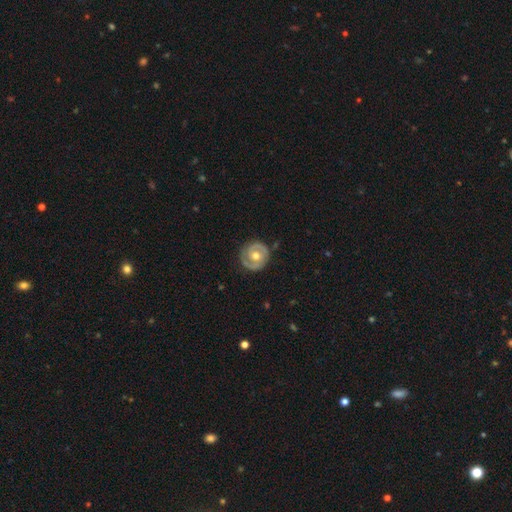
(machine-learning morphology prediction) smooth_or_featured: featured or disk (p=0.75) [alt: smooth p=0.20]
disk_edge_on: no (p=0.97) [alt: yes p=0.03]
bar: no (p=0.69) [alt: weak p=0.26]
has_spiral_arms: yes (p=0.82) [alt: no p=0.18]
spiral_winding: tight (p=0.62) [alt: medium p=0.29]
spiral_arm_count: 2 (p=0.71) [alt: 1 p=0.14]
bulge_size: moderate (p=0.77) [alt: small p=0.15]
merging: none (p=0.81) [alt: minor disturbance p=0.14]